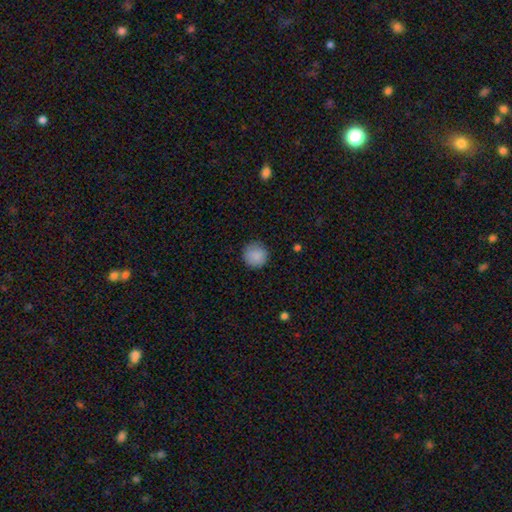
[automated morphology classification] Overall: smooth (88%). How rounded: round (95%). Merging: none (88%).